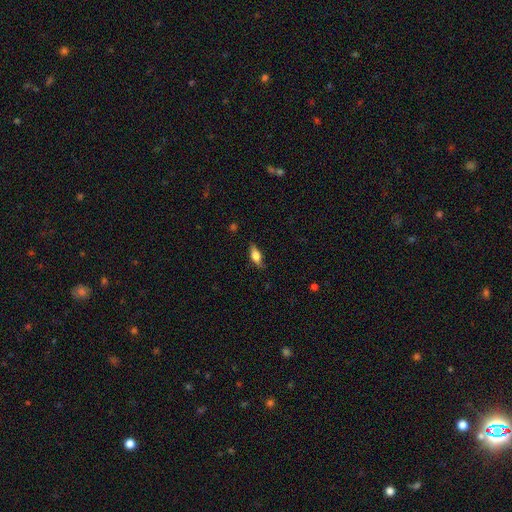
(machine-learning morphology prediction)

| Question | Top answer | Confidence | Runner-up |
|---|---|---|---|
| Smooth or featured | smooth | 61% | featured or disk (31%) |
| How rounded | in between | 71% | cigar-shaped (24%) |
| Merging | none | 76% | minor disturbance (19%) |